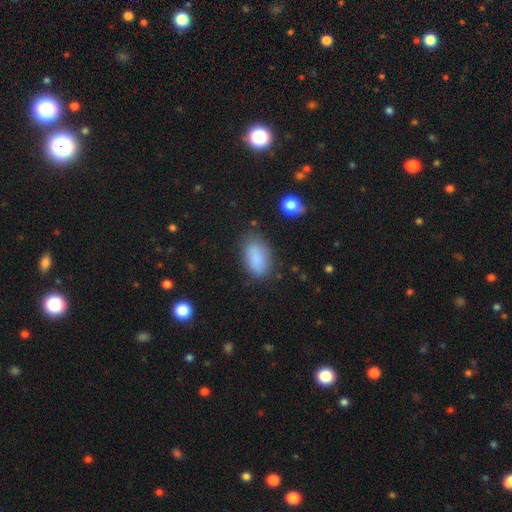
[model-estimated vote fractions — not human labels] smooth-or-featured: smooth: 84% | star or artifact: 8% | featured or disk: 8%
  how-rounded: in between: 92% | round: 5% | cigar-shaped: 3%
  merging: none: 72% | minor disturbance: 19% | major disturbance: 6% | merger: 3%